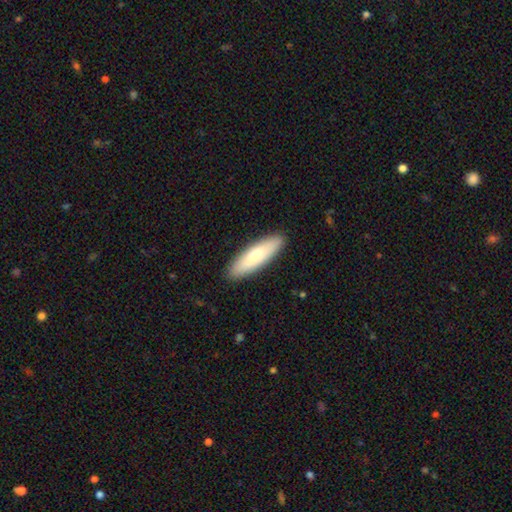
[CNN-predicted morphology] smooth-or-featured: smooth: 75% | featured or disk: 20% | star or artifact: 5%
  how-rounded: cigar-shaped: 60% | in between: 39% | round: 2%
  merging: none: 90% | minor disturbance: 7% | major disturbance: 2% | merger: 1%